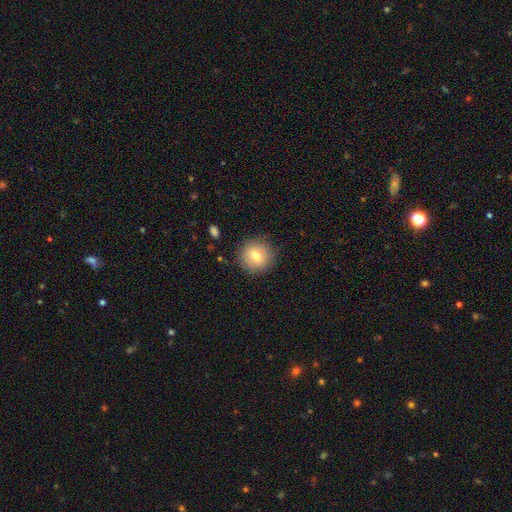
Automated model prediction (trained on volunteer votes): A smooth galaxy with no disk features (74%) that is round (91%).

Vote fractions:
- Smooth or featured? smooth: 74% / featured or disk: 16% / star or artifact: 10%
- How rounded? round: 91% / in between: 8% / cigar-shaped: 1%
- Merging? none: 86% / minor disturbance: 9% / major disturbance: 3% / merger: 2%